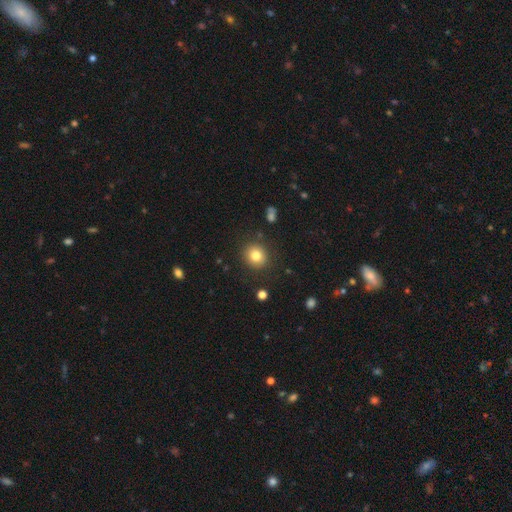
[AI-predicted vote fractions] smooth-or-featured: smooth: 80% | star or artifact: 11% | featured or disk: 8%
  how-rounded: round: 87% | in between: 12% | cigar-shaped: 1%
  merging: none: 89% | minor disturbance: 7% | major disturbance: 3% | merger: 2%